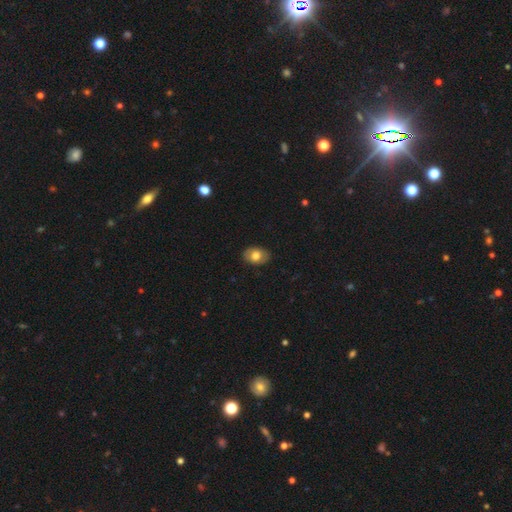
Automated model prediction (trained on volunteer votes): Smooth or featured? smooth (76%)
How rounded? in between (79%)
Merging? none (88%)